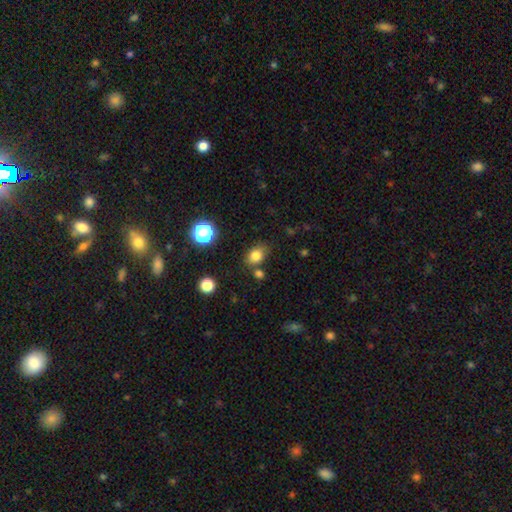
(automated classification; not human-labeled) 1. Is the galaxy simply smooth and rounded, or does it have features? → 81% smooth, 12% star or artifact, 7% featured or disk.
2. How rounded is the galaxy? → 58% in between, 41% round, 1% cigar-shaped.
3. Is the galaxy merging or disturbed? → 72% none, 15% minor disturbance, 8% merger, 4% major disturbance.